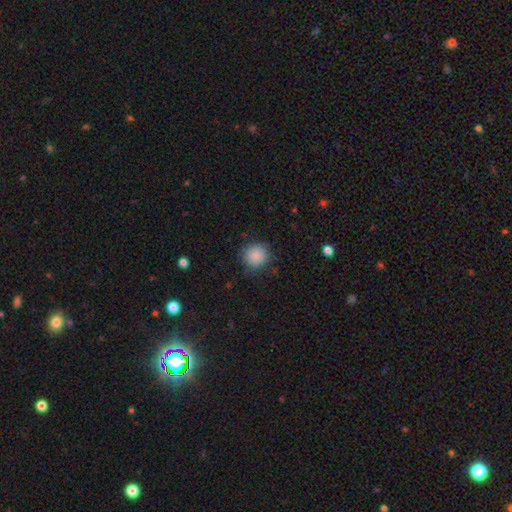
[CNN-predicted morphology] Smooth or featured: smooth — 86% (star or artifact — 9%)
How rounded: round — 92% (in between — 7%)
Merging: none — 84% (minor disturbance — 12%)